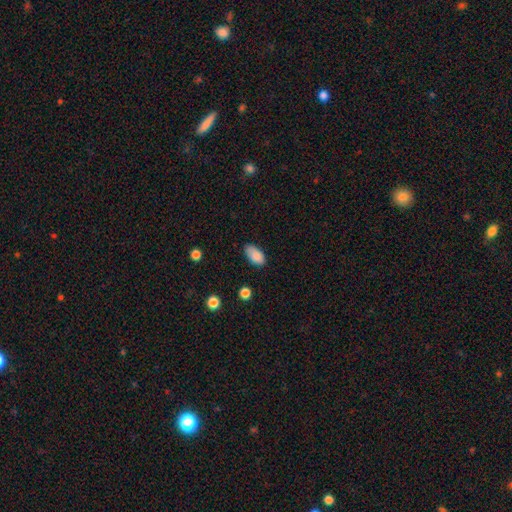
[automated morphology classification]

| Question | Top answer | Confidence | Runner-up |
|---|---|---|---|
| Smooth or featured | smooth | 86% | star or artifact (8%) |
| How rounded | in between | 94% | round (4%) |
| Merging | none | 74% | minor disturbance (21%) |